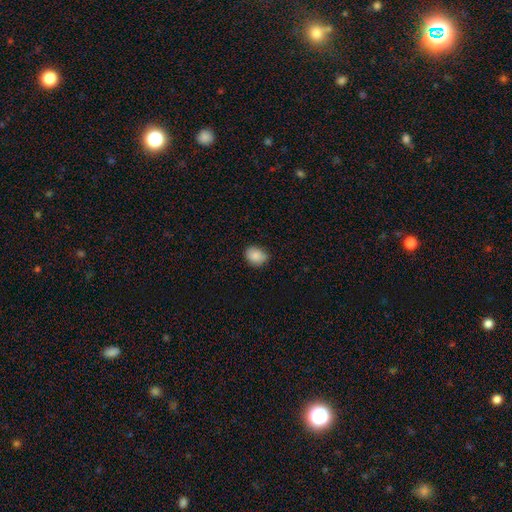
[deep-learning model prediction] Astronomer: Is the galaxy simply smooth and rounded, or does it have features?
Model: smooth — 88%.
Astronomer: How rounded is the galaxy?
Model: in between — 56% (runner-up: round, 43%).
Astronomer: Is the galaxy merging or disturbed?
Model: none — 79%.